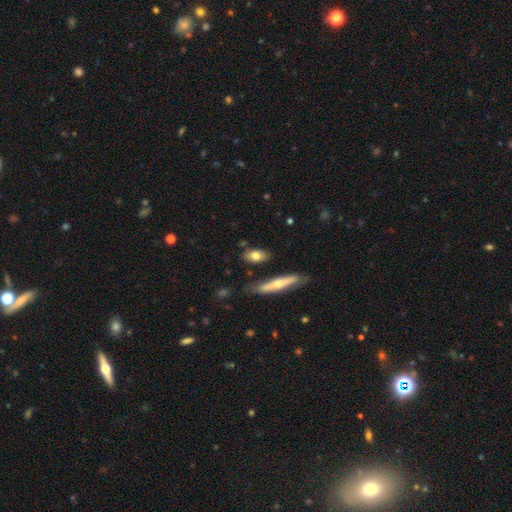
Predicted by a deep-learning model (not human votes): Morphology: type=smooth (71%); roundness=in between (76%); merging=none (75%).